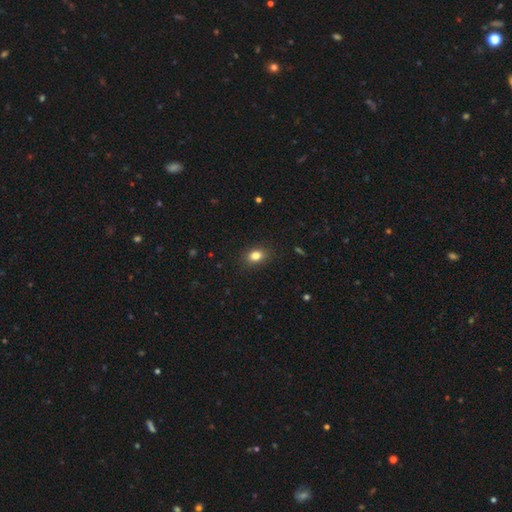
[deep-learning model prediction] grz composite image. It shows a smooth galaxy with no disk features (82%) that is in between round and cigar-shaped (67%). Merging: none (87%).